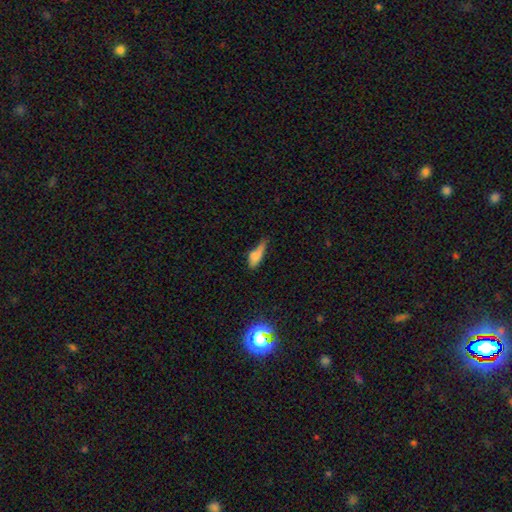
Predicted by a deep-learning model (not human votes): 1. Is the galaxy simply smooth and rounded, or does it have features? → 71% smooth, 17% featured or disk, 11% star or artifact.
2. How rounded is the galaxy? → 59% in between, 37% cigar-shaped, 4% round.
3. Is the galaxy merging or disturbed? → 38% minor disturbance, 33% none, 22% major disturbance, 8% merger.